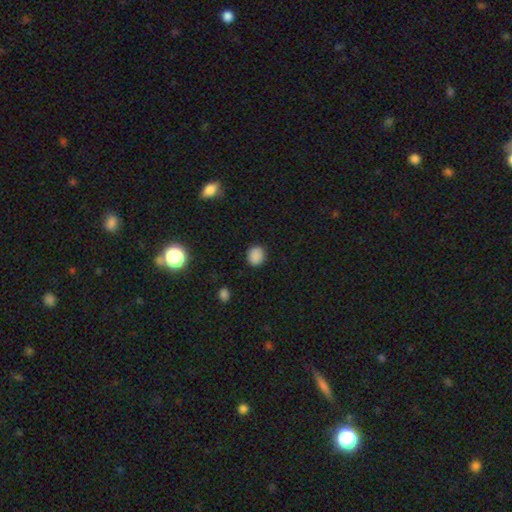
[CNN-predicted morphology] type=smooth (86%); roundness=round (74%); merging=none (89%).